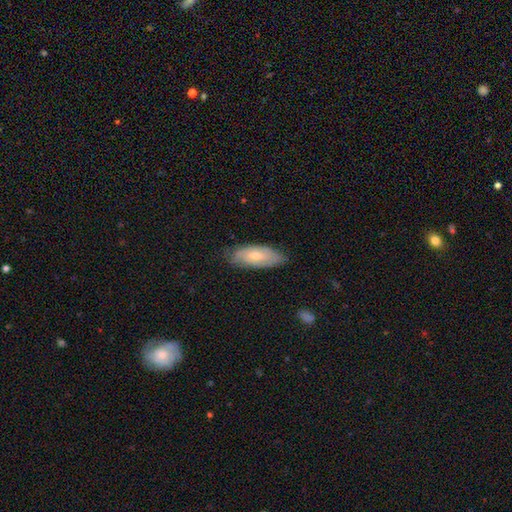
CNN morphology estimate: smooth_or_featured: smooth (p=0.51) [alt: featured or disk p=0.43]
how_rounded: in between (p=0.80) [alt: cigar-shaped p=0.17]
merging: none (p=0.74) [alt: minor disturbance p=0.21]